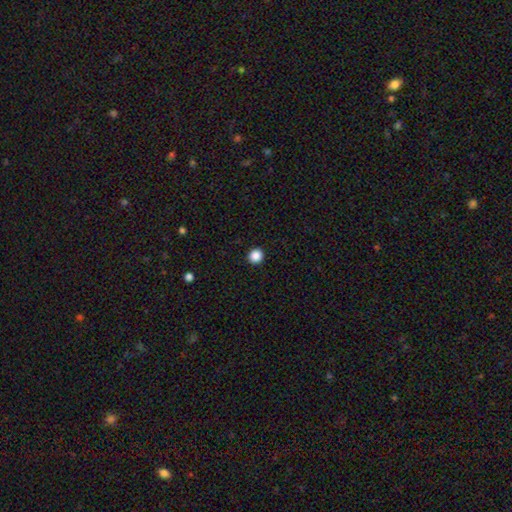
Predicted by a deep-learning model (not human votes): Smooth or featured? smooth (87%)
How rounded? round (92%)
Merging? none (93%)